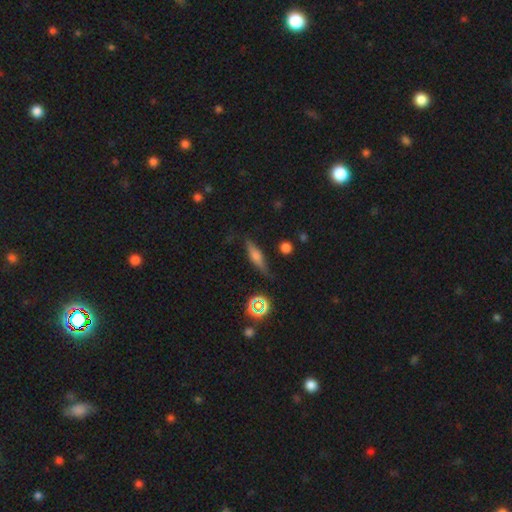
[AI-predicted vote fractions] The model was most divided on "smooth or featured": smooth: 47%, featured or disk: 41%, star or artifact: 12%. More confident: merging — none (77%).